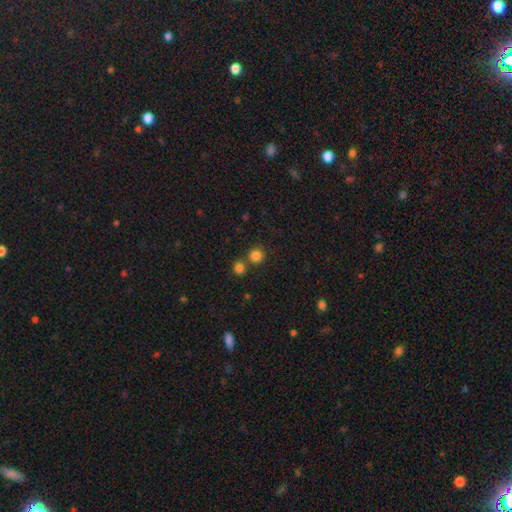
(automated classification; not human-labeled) Morphology: type=smooth (82%); roundness=round (92%); merging=none (68%).